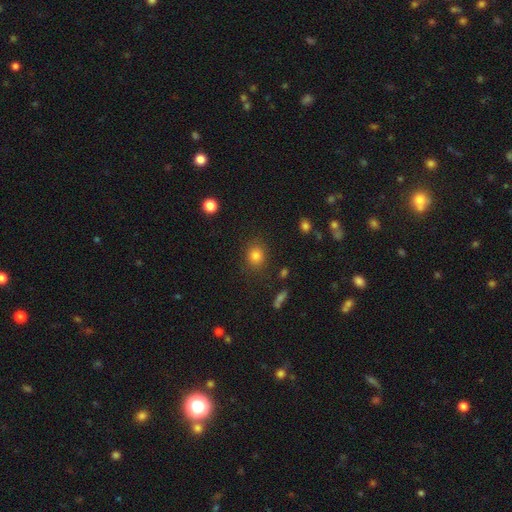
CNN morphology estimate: type=smooth (82%); roundness=round (70%); merging=none (85%).